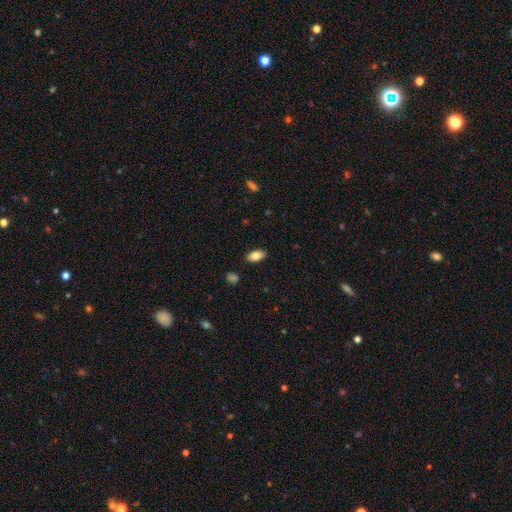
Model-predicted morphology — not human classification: Smooth or featured? smooth (83%)
How rounded? in between (92%)
Merging? none (88%)